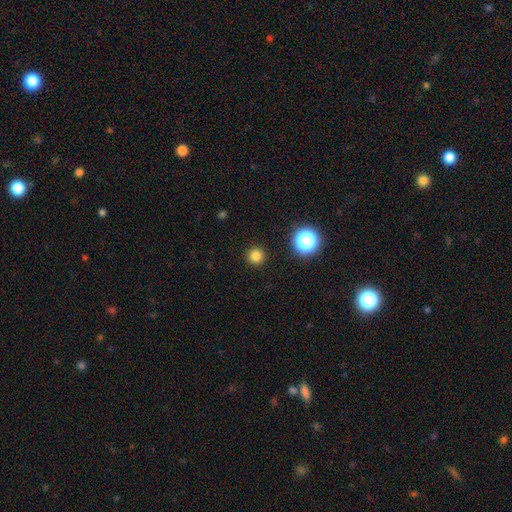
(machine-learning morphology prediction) Overall: smooth (81%). How rounded: round (96%). Merging: none (92%).